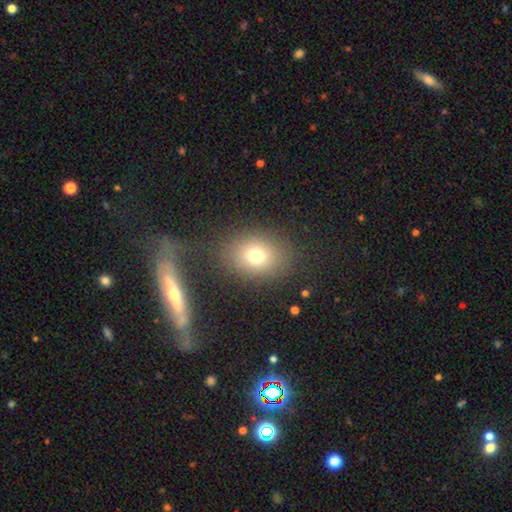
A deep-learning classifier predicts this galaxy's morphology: The model was most divided on "how rounded": in between: 52%, round: 47%, cigar-shaped: 1%. More confident: merging — none (82%); smooth or featured — smooth (72%).